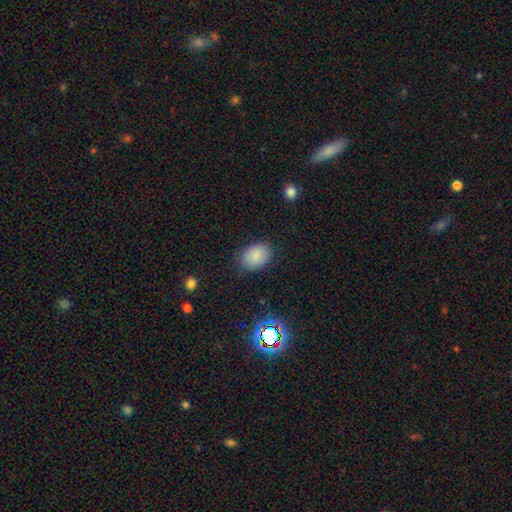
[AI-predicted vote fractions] smooth_or_featured: smooth (p=0.85) [alt: star or artifact p=0.09]
how_rounded: in between (p=0.72) [alt: round p=0.27]
merging: none (p=0.81) [alt: minor disturbance p=0.14]